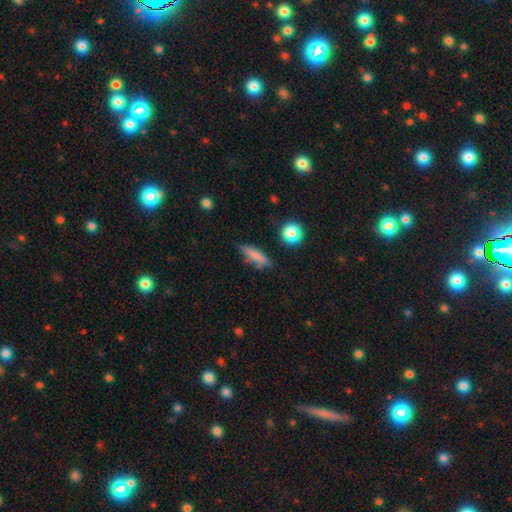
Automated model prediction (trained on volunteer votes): smooth 74%, featured or disk 17%, star or artifact 8%. Down the decision tree: how rounded — cigar-shaped (71%); merging — none (75%).